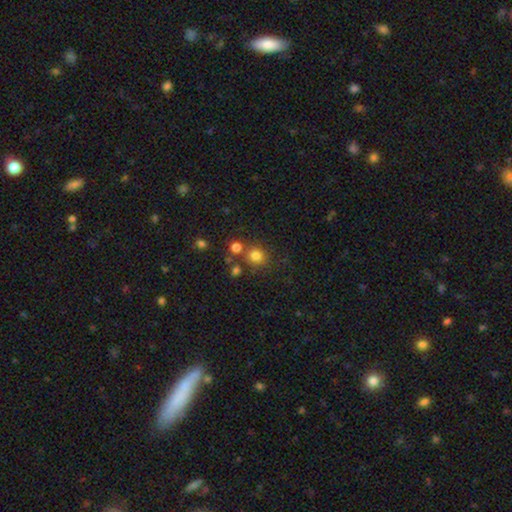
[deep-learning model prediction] Morphology: type=smooth (78%); roundness=round (85%); merging=none (71%).